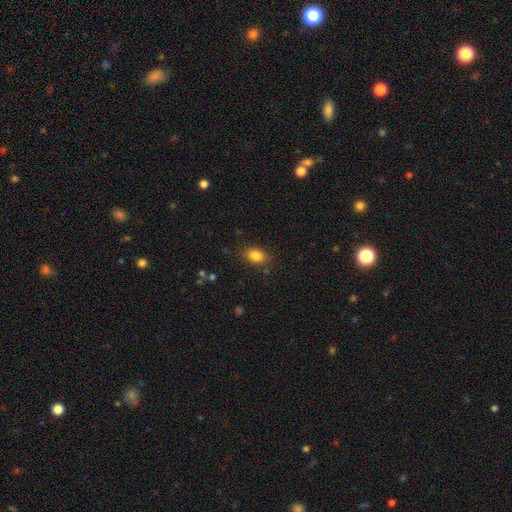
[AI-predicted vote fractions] A smooth galaxy with no disk features (84%) that is in between round and cigar-shaped (73%). Merging: none (82%).